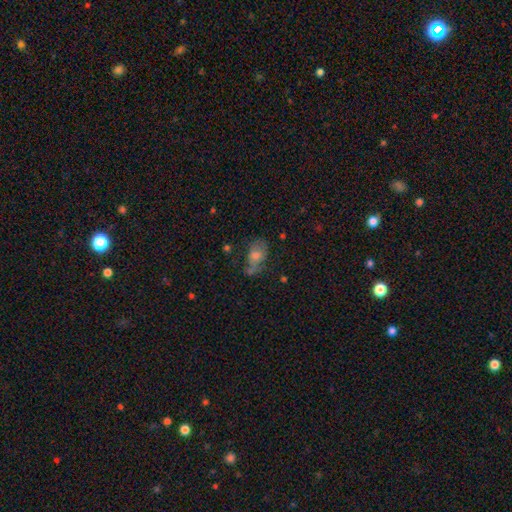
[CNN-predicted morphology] type=smooth (61%); roundness=in between (80%); merging=none (38%).